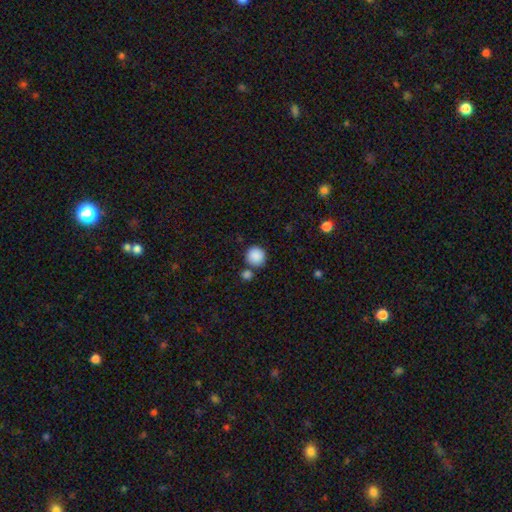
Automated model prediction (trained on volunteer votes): A smooth galaxy with no disk features (88%) that is round (93%).

Vote fractions:
- Smooth or featured? smooth: 88% / star or artifact: 9% / featured or disk: 3%
- How rounded? round: 93% / in between: 6% / cigar-shaped: 1%
- Merging? none: 72% / merger: 15% / minor disturbance: 10% / major disturbance: 3%